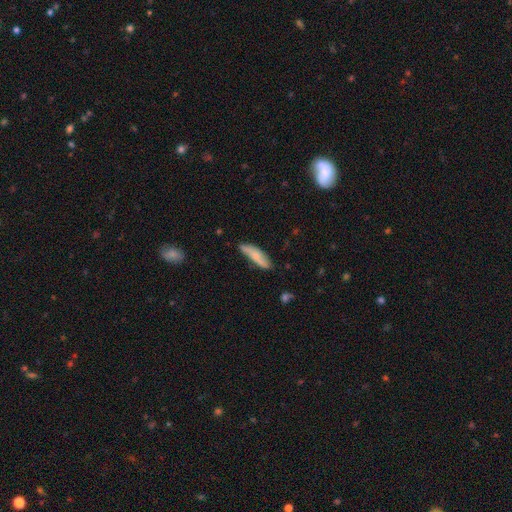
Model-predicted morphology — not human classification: This is likely a smooth galaxy (69%). How rounded: likely cigar-shaped (65%). Merging: likely none (68%).